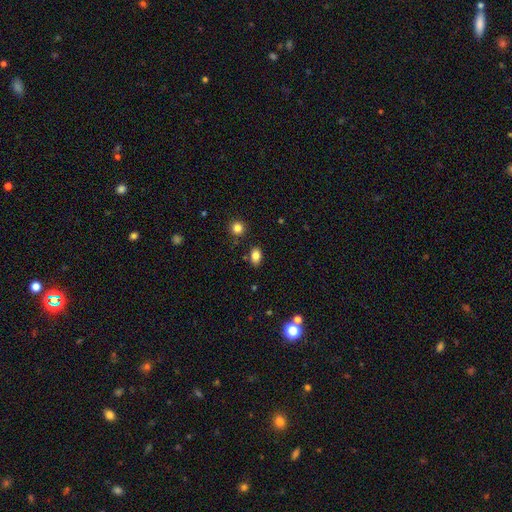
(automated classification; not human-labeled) This is clearly a smooth galaxy (83%). How rounded: clearly in between (83%). Merging: clearly none (83%).